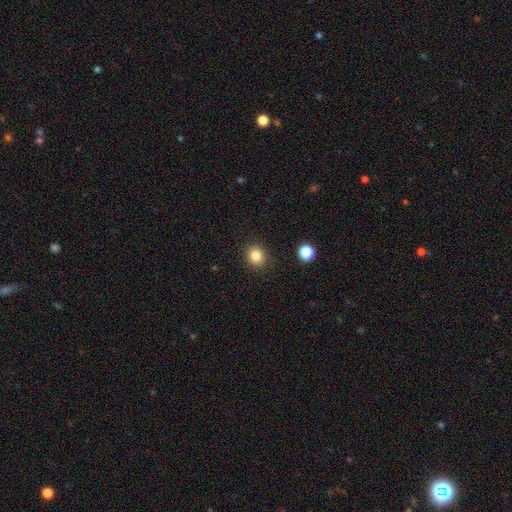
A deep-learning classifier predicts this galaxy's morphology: smooth 84%, star or artifact 11%, featured or disk 5%. Down the decision tree: how rounded — round (72%); merging — none (88%).